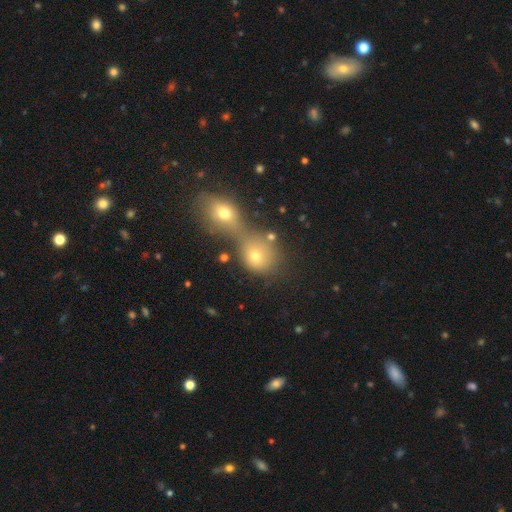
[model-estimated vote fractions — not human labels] A smooth galaxy with no disk features (70%) that is round (74%). Merging: merger (59%).